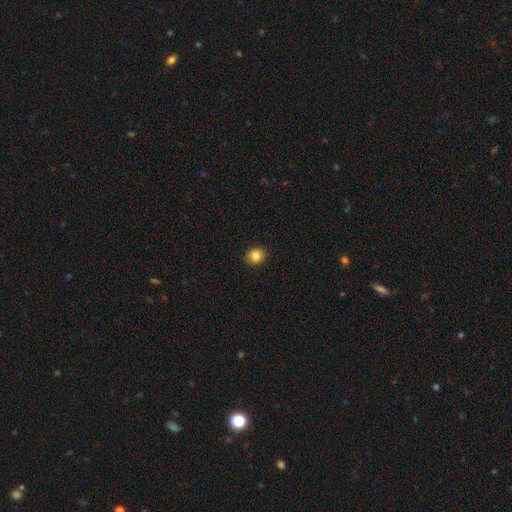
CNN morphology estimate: This is clearly a smooth galaxy (84%). How rounded: likely round (74%). Merging: clearly none (90%).